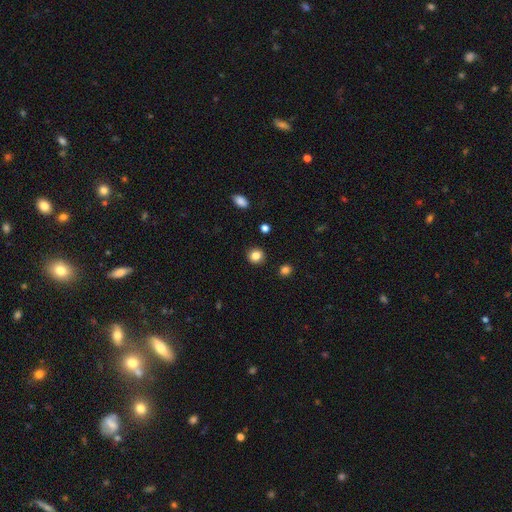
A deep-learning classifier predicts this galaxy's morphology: Smooth or featured?
  - smooth: 84% *
  - star or artifact: 11%
  - featured or disk: 5%
How rounded?
  - round: 90% *
  - in between: 9%
  - cigar-shaped: 1%
Merging?
  - none: 91% *
  - minor disturbance: 5%
  - major disturbance: 2%
  - merger: 2%